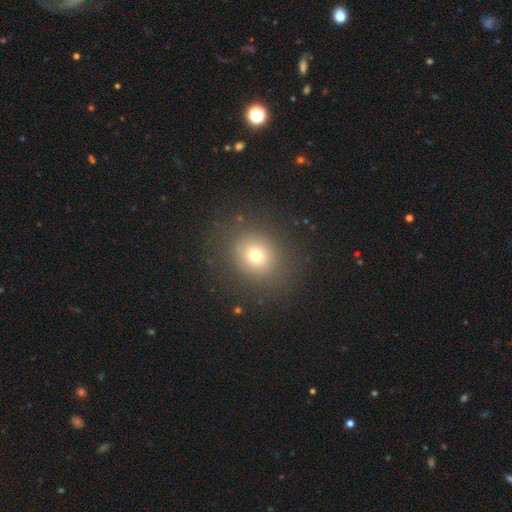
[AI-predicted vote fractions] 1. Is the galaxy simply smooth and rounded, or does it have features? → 71% smooth, 17% star or artifact, 12% featured or disk.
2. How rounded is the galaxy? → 69% round, 30% in between, 1% cigar-shaped.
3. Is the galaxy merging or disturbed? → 83% none, 10% minor disturbance, 6% major disturbance, 1% merger.